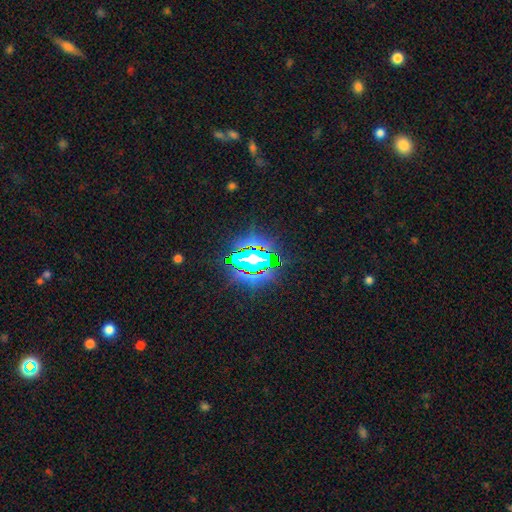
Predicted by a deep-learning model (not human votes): Smooth or featured? star or artifact (81%)